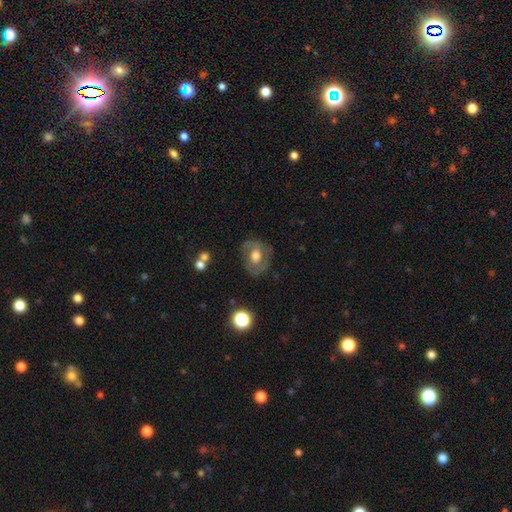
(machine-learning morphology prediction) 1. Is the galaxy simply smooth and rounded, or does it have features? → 47% featured or disk, 45% smooth, 8% star or artifact.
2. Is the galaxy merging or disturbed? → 71% none, 18% minor disturbance, 9% major disturbance, 2% merger.